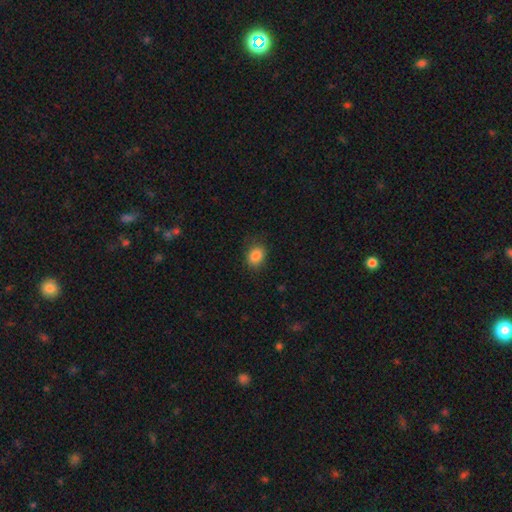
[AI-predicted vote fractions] smooth 86%, star or artifact 10%, featured or disk 5%. Down the decision tree: how rounded — in between (56%); merging — none (80%).